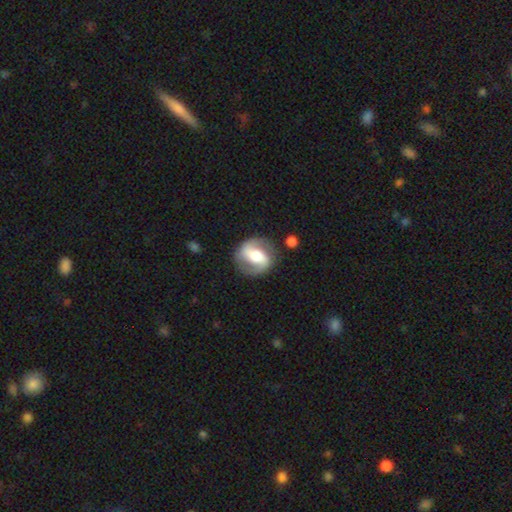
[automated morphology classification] Smooth or featured?
  - featured or disk: 75% *
  - smooth: 19%
  - star or artifact: 6%
Edge-on disk?
  - no: 97% *
  - yes: 3%
Bar?
  - strong: 46% *
  - weak: 33%
  - no: 21%
Spiral arms?
  - yes: 87% *
  - no: 13%
Spiral winding?
  - medium: 46% *
  - loose: 31%
  - tight: 23%
Spiral arm count?
  - 2: 91% *
  - can't tell: 4%
  - 1: 3%
  - 3: 1%
  - 4: 1%
  - more than 4: 1%
Bulge size?
  - moderate: 47% *
  - large: 32%
  - small: 12%
  - dominant: 5%
  - none: 3%
Merging?
  - none: 80% *
  - minor disturbance: 12%
  - major disturbance: 6%
  - merger: 2%